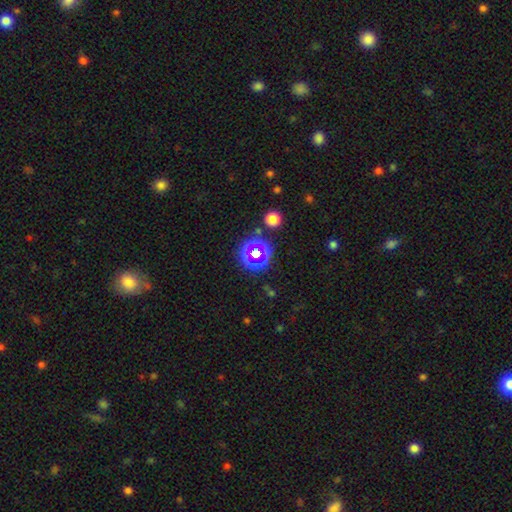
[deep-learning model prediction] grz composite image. It shows a star or artifact, not a galaxy (50%).